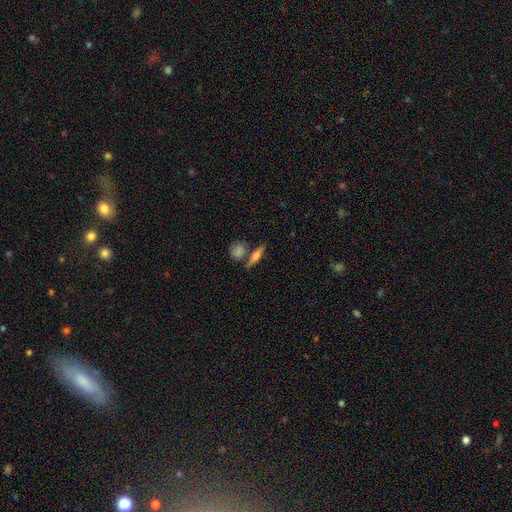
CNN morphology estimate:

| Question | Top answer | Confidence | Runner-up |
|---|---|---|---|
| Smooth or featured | smooth | 52% | featured or disk (40%) |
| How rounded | cigar-shaped | 60% | in between (31%) |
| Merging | none | 70% | merger (15%) |